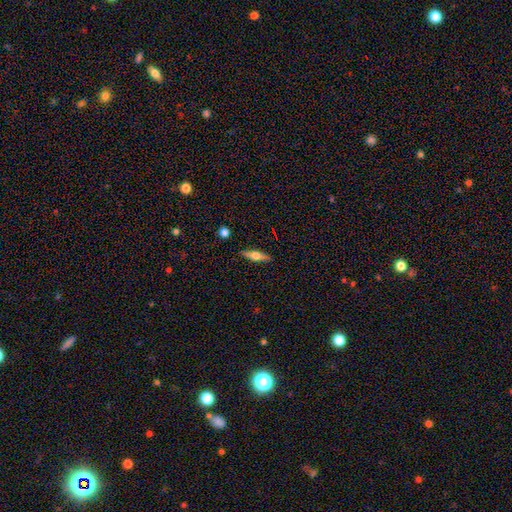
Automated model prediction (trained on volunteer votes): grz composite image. It shows a featured or disk galaxy (50%) viewed edge-on (94%). Merging: none (89%).